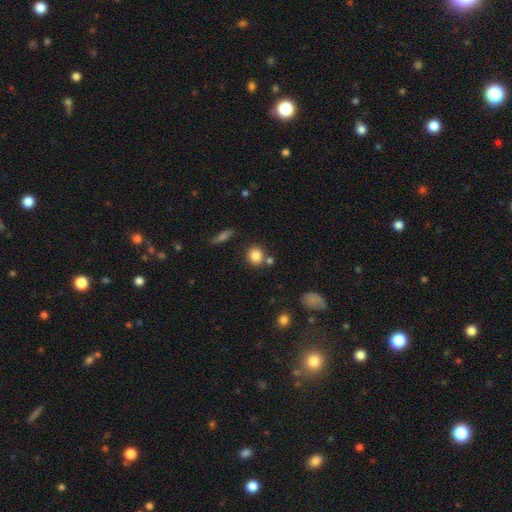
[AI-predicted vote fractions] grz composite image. It shows a smooth galaxy with no disk features (83%) that is round (81%). Merging: none (74%).